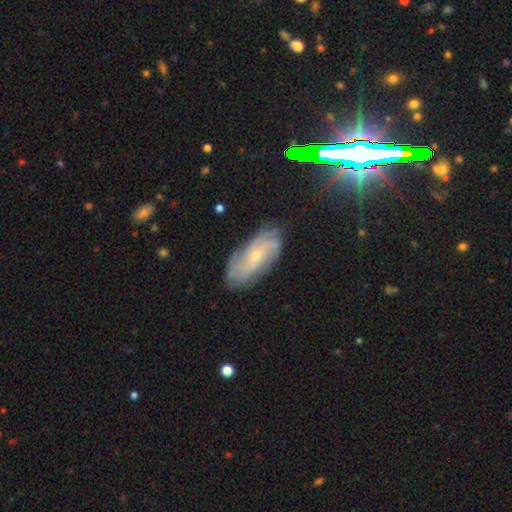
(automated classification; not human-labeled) Overall: featured or disk (73%). Edge-on disk: no (91%). Bar: no (66%; weak 28%). Spiral arms: yes (94%). Spiral arm count: can't tell (37%; 2 18%). Spiral winding: tight (49%; medium 36%). Bulge size: small (75%). Merging: none (78%).